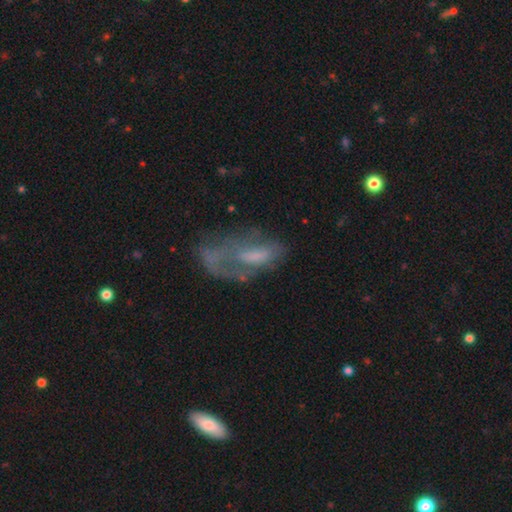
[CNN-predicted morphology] A featured or disk galaxy (53%).

Vote fractions:
- Smooth or featured? featured or disk: 53% / smooth: 36% / star or artifact: 11%
- Edge-on disk? no: 91% / yes: 9%
- Merging? major disturbance: 42% / none: 31% / minor disturbance: 21% / merger: 7%